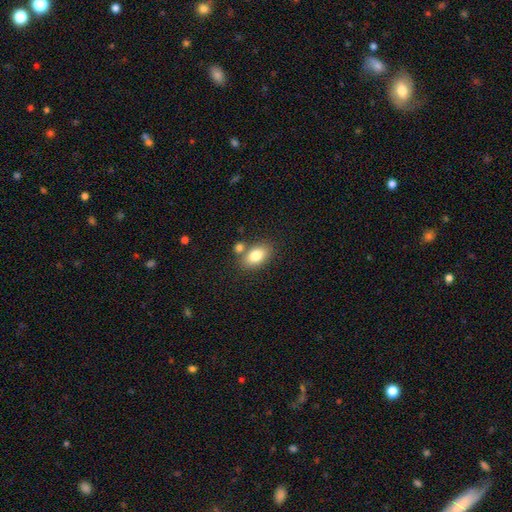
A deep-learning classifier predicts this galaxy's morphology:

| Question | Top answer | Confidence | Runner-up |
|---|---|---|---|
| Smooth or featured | smooth | 81% | featured or disk (11%) |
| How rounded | in between | 87% | round (11%) |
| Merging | none | 68% | merger (17%) |